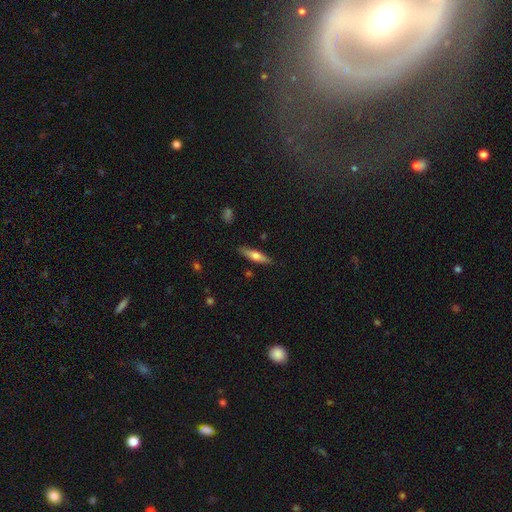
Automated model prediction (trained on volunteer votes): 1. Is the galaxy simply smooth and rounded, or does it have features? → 52% smooth, 41% featured or disk, 6% star or artifact.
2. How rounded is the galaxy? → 77% cigar-shaped, 21% in between, 2% round.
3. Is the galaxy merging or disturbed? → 86% none, 10% minor disturbance, 2% major disturbance, 2% merger.